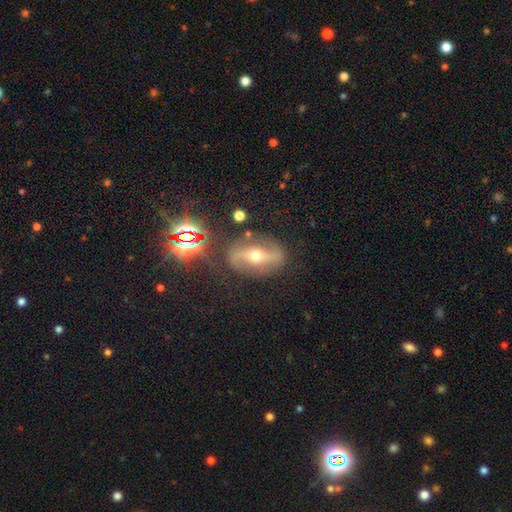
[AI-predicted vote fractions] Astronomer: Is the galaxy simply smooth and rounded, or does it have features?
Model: featured or disk — 70%.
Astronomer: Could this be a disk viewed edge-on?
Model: no — 87%.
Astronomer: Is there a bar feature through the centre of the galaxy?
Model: strong — 53%.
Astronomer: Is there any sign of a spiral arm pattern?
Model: yes — 75%.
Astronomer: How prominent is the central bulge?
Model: moderate — 67%.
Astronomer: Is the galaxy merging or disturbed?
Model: none — 78%.